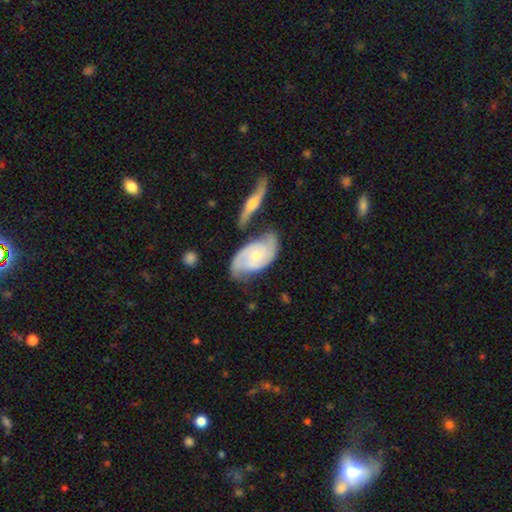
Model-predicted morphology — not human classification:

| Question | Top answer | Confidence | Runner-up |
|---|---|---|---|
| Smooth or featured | featured or disk | 80% | smooth (15%) |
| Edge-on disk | no | 94% | yes (6%) |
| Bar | no | 64% | weak (31%) |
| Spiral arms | yes | 94% | no (6%) |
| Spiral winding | medium | 43% | tight (39%) |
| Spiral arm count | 2 | 81% | can't tell (10%) |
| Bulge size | small | 53% | moderate (41%) |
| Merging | none | 51% | minor disturbance (22%) |